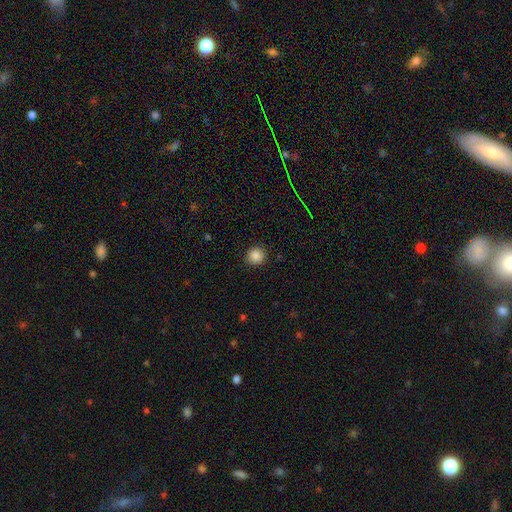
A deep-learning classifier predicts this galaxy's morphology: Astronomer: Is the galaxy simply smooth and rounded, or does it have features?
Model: smooth — 86%.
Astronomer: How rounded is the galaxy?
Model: round — 91%.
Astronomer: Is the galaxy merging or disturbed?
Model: none — 91%.